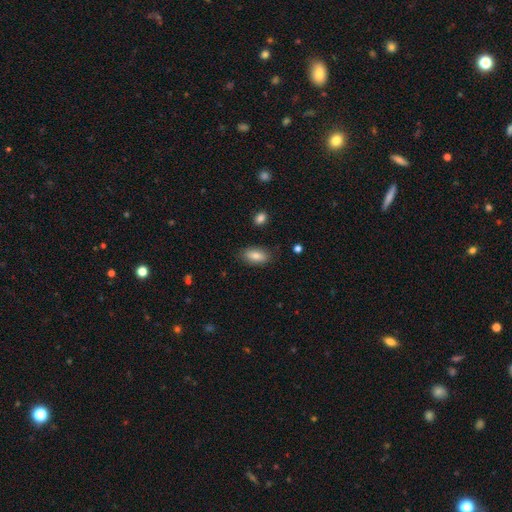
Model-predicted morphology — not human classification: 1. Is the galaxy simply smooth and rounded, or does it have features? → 81% smooth, 11% featured or disk, 7% star or artifact.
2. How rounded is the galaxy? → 88% in between, 8% cigar-shaped, 4% round.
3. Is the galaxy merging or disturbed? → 85% none, 11% minor disturbance, 3% major disturbance, 1% merger.